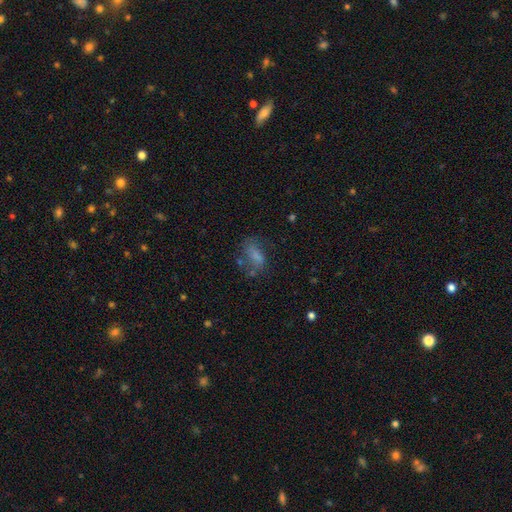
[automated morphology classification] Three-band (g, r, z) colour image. It shows a smooth galaxy with no disk features (63%) that is in between round and cigar-shaped (82%). Merging: none (48%).